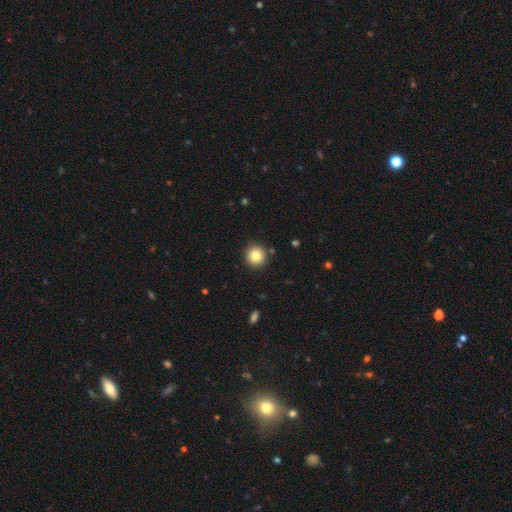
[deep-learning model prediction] Q: Smooth or featured?
A: smooth (82%); runner-up: star or artifact (10%)
Q: How rounded?
A: round (93%); runner-up: in between (6%)
Q: Merging?
A: none (90%); runner-up: minor disturbance (6%)